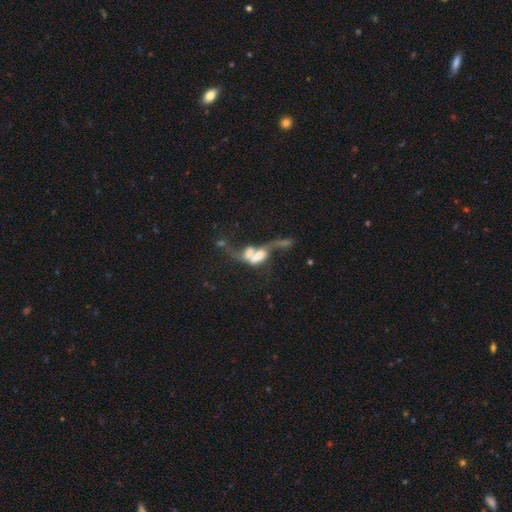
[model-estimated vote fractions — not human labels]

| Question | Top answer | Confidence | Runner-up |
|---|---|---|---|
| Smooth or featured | featured or disk | 51% | smooth (36%) |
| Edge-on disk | no | 91% | yes (9%) |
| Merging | merger | 67% | major disturbance (19%) |